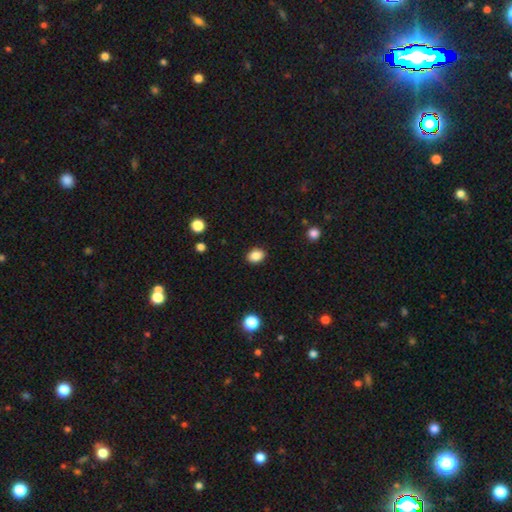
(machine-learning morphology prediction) The model was most divided on "how rounded": in between: 67%, round: 32%, cigar-shaped: 1%. More confident: merging — none (89%); smooth or featured — smooth (87%).